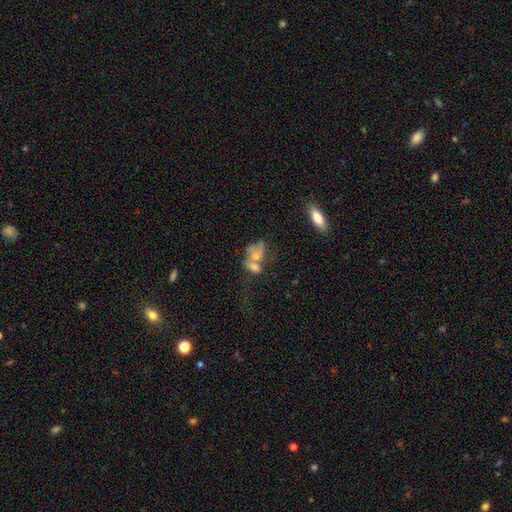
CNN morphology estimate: Overall: smooth (61%; featured or disk 29%). How rounded: in between (79%). Merging: merger (58%).